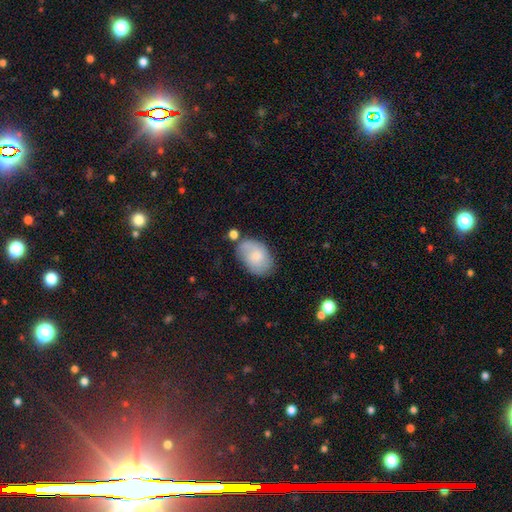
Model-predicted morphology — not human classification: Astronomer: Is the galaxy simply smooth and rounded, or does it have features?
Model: smooth — 73%.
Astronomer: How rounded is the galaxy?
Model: in between — 87%.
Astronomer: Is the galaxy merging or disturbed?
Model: none — 59%.